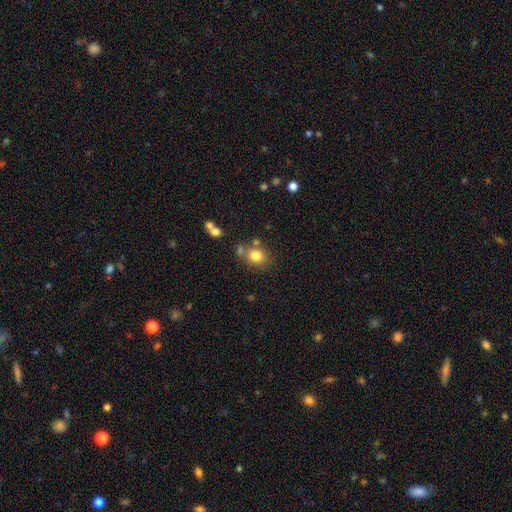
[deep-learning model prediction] A smooth galaxy with no disk features (80%) that is round (68%).

Vote fractions:
- Smooth or featured? smooth: 80% / star or artifact: 11% / featured or disk: 9%
- How rounded? round: 68% / in between: 31% / cigar-shaped: 1%
- Merging? none: 64% / merger: 18% / minor disturbance: 13% / major disturbance: 5%